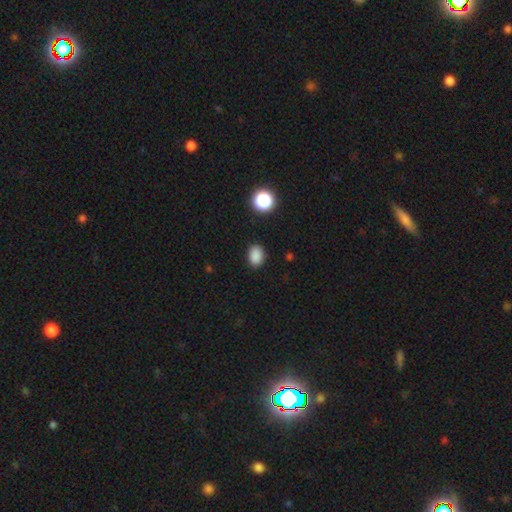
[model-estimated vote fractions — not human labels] A smooth galaxy with no disk features (86%) that is in between round and cigar-shaped (70%).

Vote fractions:
- Smooth or featured? smooth: 86% / star or artifact: 11% / featured or disk: 3%
- How rounded? in between: 70% / round: 29% / cigar-shaped: 1%
- Merging? none: 87% / minor disturbance: 9% / major disturbance: 2% / merger: 1%